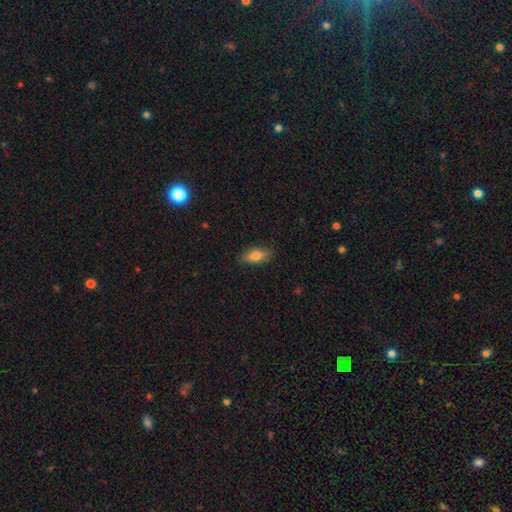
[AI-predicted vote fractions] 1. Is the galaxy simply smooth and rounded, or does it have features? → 76% smooth, 17% featured or disk, 7% star or artifact.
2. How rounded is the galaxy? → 80% in between, 17% cigar-shaped, 4% round.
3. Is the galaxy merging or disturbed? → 83% none, 13% minor disturbance, 2% major disturbance, 1% merger.